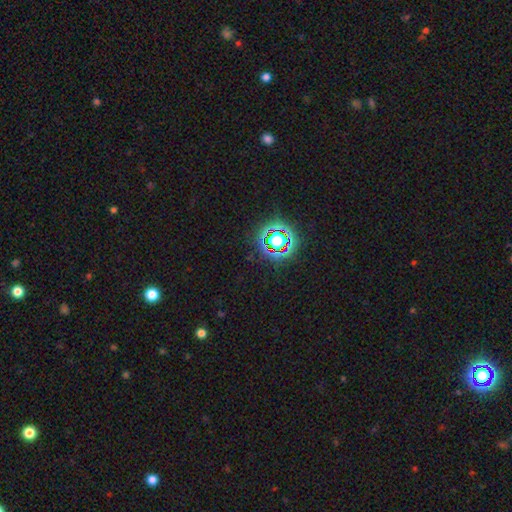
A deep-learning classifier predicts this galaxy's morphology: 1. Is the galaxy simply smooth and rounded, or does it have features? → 79% star or artifact, 13% smooth, 8% featured or disk.